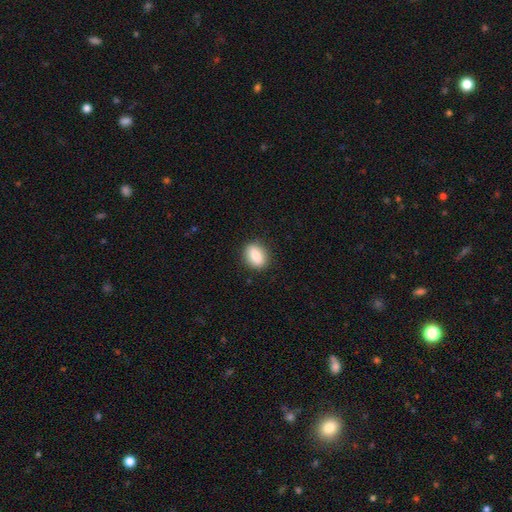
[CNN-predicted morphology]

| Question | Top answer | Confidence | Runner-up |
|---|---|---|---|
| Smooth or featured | smooth | 84% | featured or disk (8%) |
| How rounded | in between | 74% | round (23%) |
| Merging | none | 86% | minor disturbance (10%) |